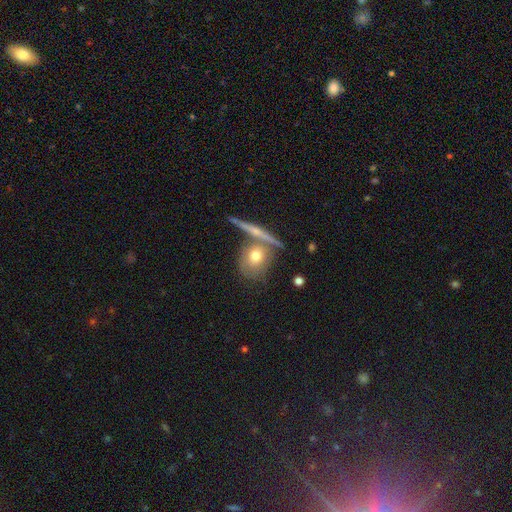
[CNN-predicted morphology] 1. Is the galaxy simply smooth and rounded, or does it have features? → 57% smooth, 35% featured or disk, 8% star or artifact.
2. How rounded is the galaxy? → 72% round, 22% in between, 6% cigar-shaped.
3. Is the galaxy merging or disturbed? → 58% none, 24% merger, 13% minor disturbance, 5% major disturbance.